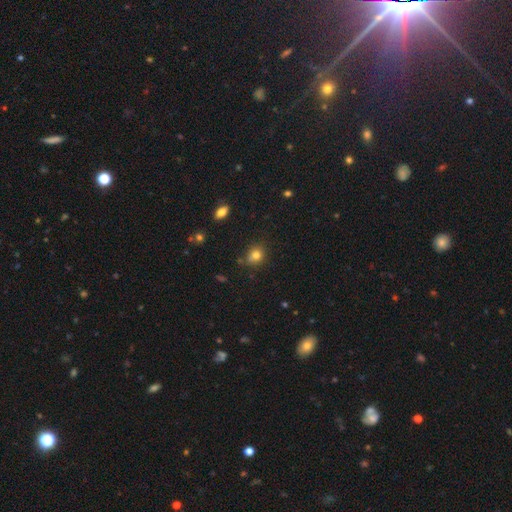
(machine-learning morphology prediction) type=smooth (79%); roundness=round (68%); merging=none (75%).